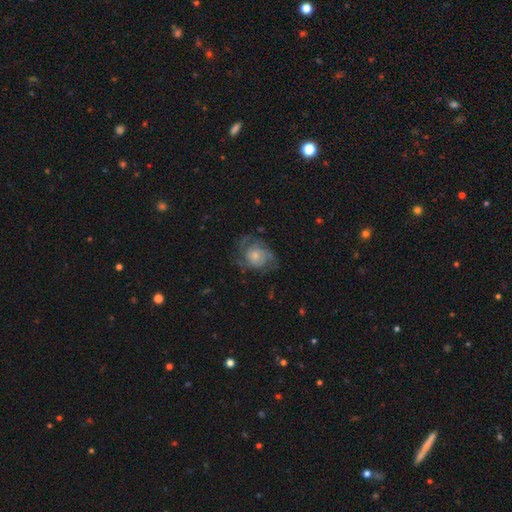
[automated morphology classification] Smooth or featured? Predicted: featured or disk (p=0.68). Edge-on disk? Predicted: no (p=0.97). Bar? Predicted: no (p=0.78). Spiral arms? Predicted: yes (p=0.87). Spiral winding? Predicted: tight (p=0.43). Spiral arm count? Predicted: 2 (p=0.34). Bulge size? Predicted: small (p=0.44). Merging? Predicted: none (p=0.58).